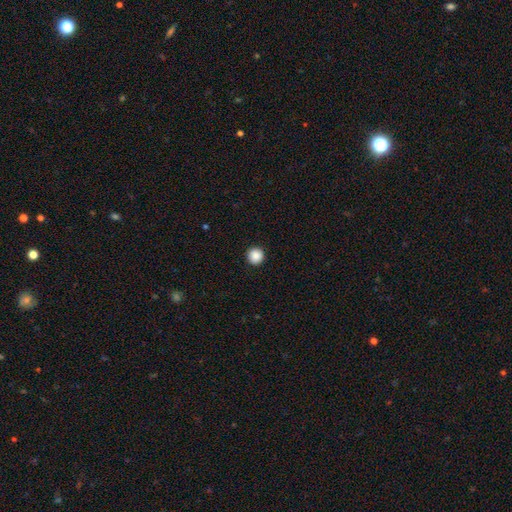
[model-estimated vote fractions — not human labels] Morphology: type=smooth (88%); roundness=round (96%); merging=none (93%).